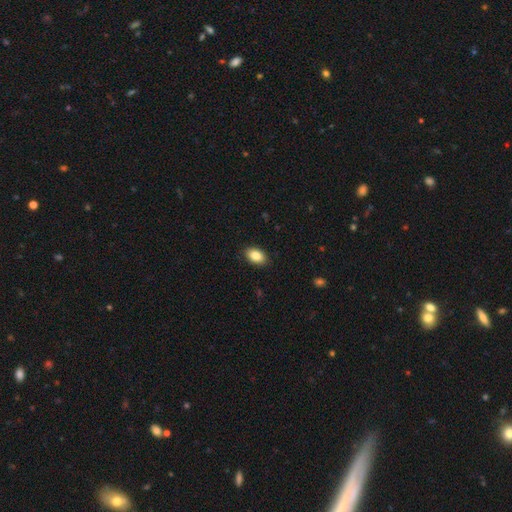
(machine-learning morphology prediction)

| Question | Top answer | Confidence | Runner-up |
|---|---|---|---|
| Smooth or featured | smooth | 86% | star or artifact (8%) |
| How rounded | in between | 90% | round (9%) |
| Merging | none | 88% | minor disturbance (9%) |